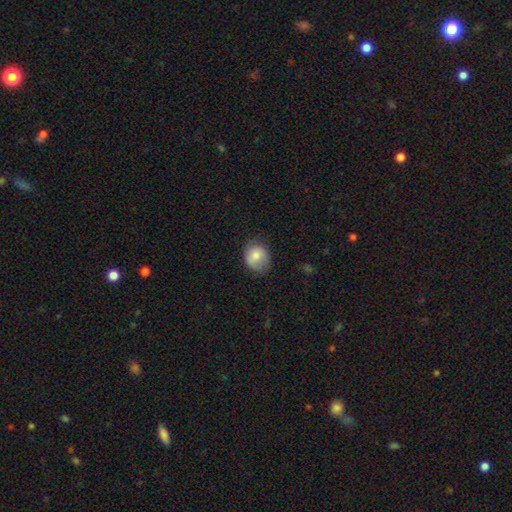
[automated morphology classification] This is likely a smooth galaxy (78%). How rounded: likely round (64%). Merging: likely none (66%).